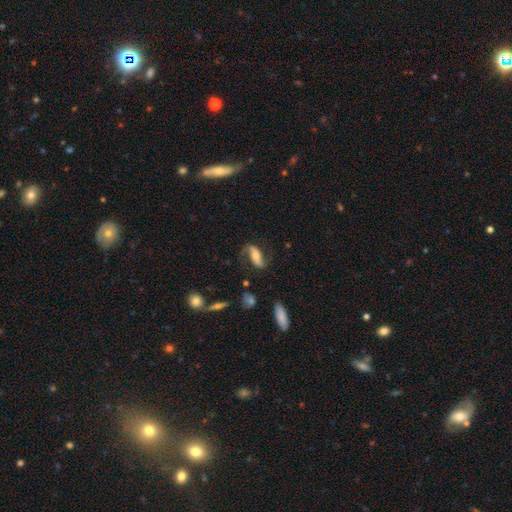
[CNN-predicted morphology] Smooth or featured? Predicted: featured or disk (p=0.68). Edge-on disk? Predicted: no (p=0.89). Bar? Predicted: no (p=0.36, tied with strong). Spiral arms? Predicted: yes (p=0.91). Spiral winding? Predicted: loose (p=0.62). Spiral arm count? Predicted: 2 (p=0.90). Bulge size? Predicted: moderate (p=0.57). Merging? Predicted: none (p=0.72).